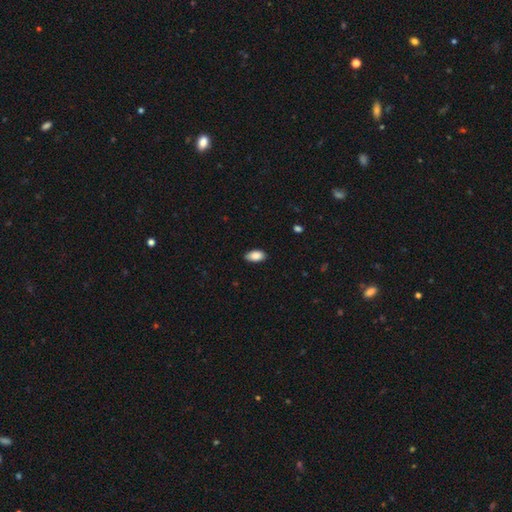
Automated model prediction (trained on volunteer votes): Overall: smooth (88%). How rounded: in between (94%). Merging: none (85%).